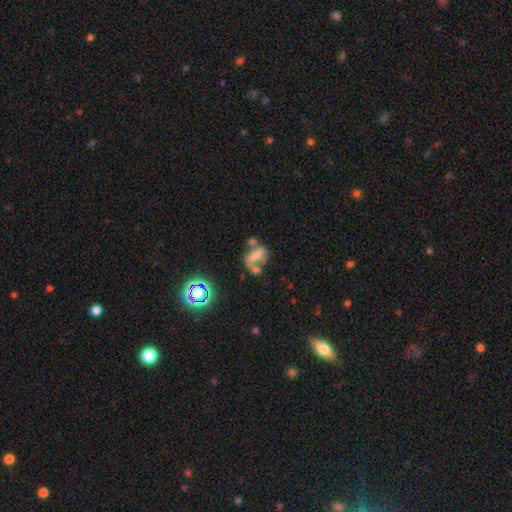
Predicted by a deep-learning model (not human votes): The model was most divided on "smooth or featured": smooth: 44%, featured or disk: 37%, star or artifact: 19%. Remaining: merging — merger (39%).